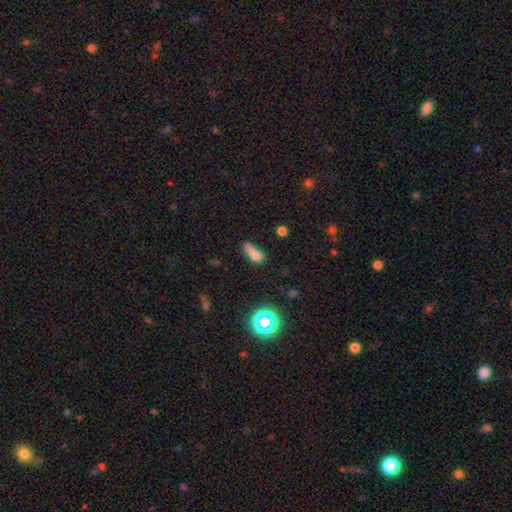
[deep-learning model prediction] Overall: smooth (66%). How rounded: in between (65%). Merging: merger (44%; none 28%).